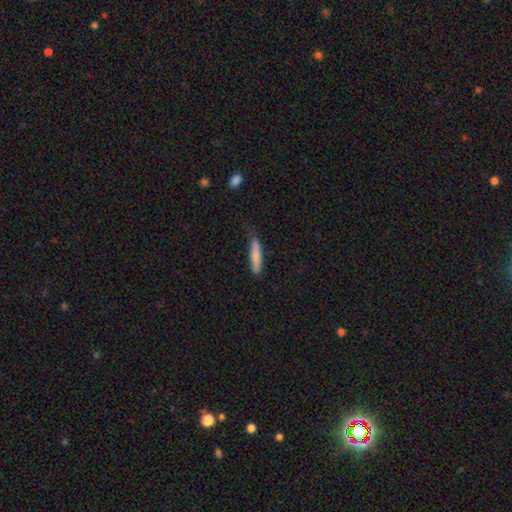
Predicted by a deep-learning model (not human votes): This is likely a smooth galaxy (79%). How rounded: clearly cigar-shaped (88%). Merging: likely none (62%).